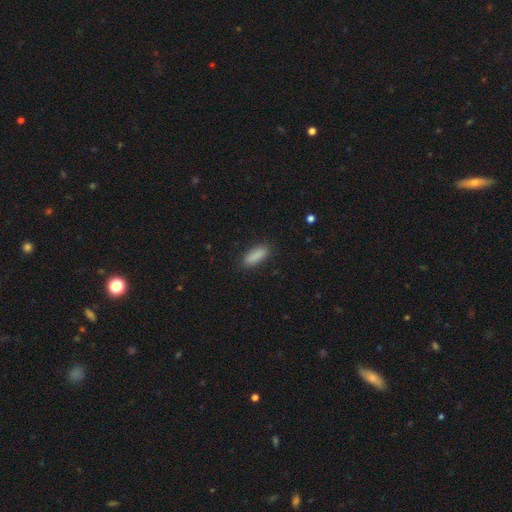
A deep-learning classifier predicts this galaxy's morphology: Q: Smooth or featured?
A: smooth (88%); runner-up: star or artifact (7%)
Q: How rounded?
A: in between (60%); runner-up: cigar-shaped (38%)
Q: Merging?
A: none (86%); runner-up: minor disturbance (10%)